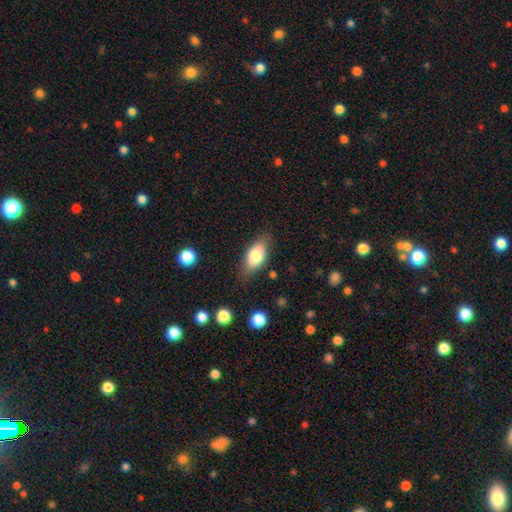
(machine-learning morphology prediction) Smooth or featured?
  - smooth: 76% *
  - featured or disk: 17%
  - star or artifact: 7%
How rounded?
  - in between: 85% *
  - cigar-shaped: 11%
  - round: 4%
Merging?
  - none: 78% *
  - minor disturbance: 16%
  - major disturbance: 4%
  - merger: 2%